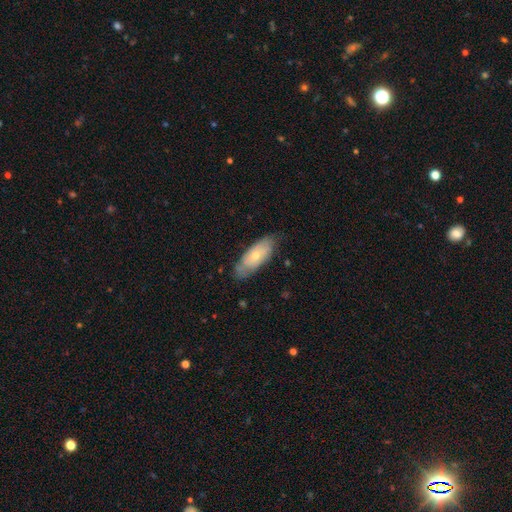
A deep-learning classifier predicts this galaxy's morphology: smooth 58%, featured or disk 36%, star or artifact 6%. Down the decision tree: how rounded — in between (77%); merging — none (69%).